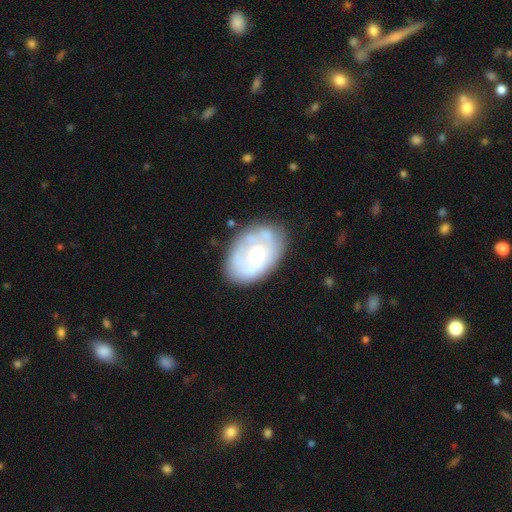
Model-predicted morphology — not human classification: Q: Smooth or featured?
A: featured or disk (53%); runner-up: smooth (40%)
Q: Edge-on disk?
A: no (96%); runner-up: yes (4%)
Q: Bar?
A: no (79%); runner-up: weak (17%)
Q: Spiral arms?
A: no (59%); runner-up: yes (41%)
Q: Bulge size?
A: small (45%); runner-up: moderate (43%)
Q: Merging?
A: none (67%); runner-up: minor disturbance (21%)